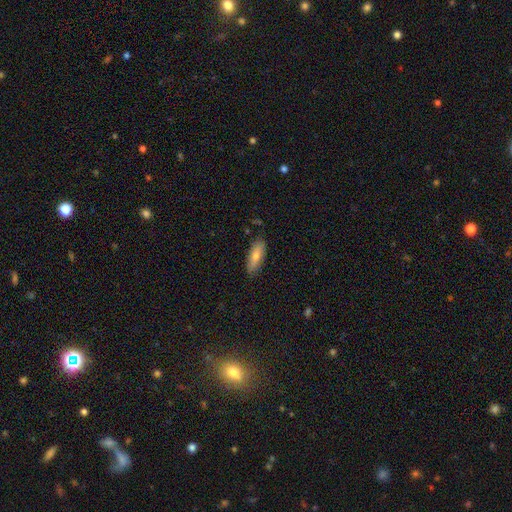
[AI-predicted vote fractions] This appears to be a smooth galaxy with no disk features (72%) that is in between round and cigar-shaped (56%). Merging: none (85%).